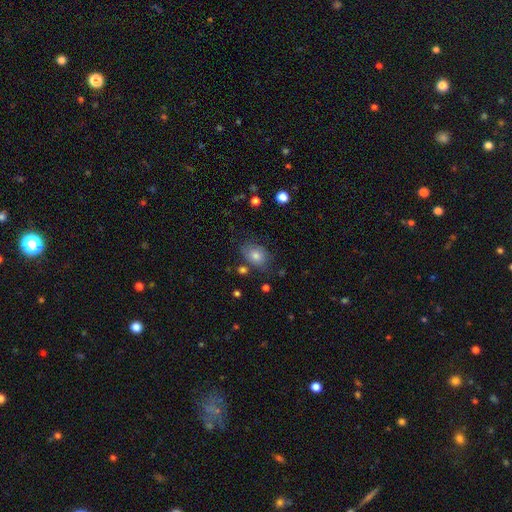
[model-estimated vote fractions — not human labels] A smooth galaxy with no disk features (73%) that is in between round and cigar-shaped (67%).

Vote fractions:
- Smooth or featured? smooth: 73% / featured or disk: 15% / star or artifact: 12%
- How rounded? in between: 67% / round: 32% / cigar-shaped: 1%
- Merging? none: 71% / minor disturbance: 19% / major disturbance: 6% / merger: 4%